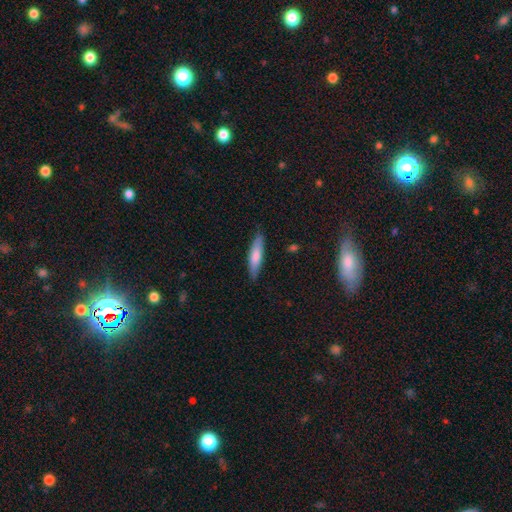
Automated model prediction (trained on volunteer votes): Overall: smooth (73%). How rounded: cigar-shaped (77%). Merging: none (85%).